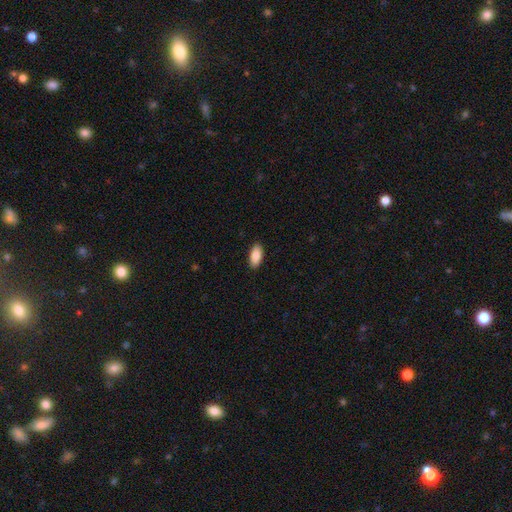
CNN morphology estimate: type=smooth (90%); roundness=in between (92%); merging=none (89%).